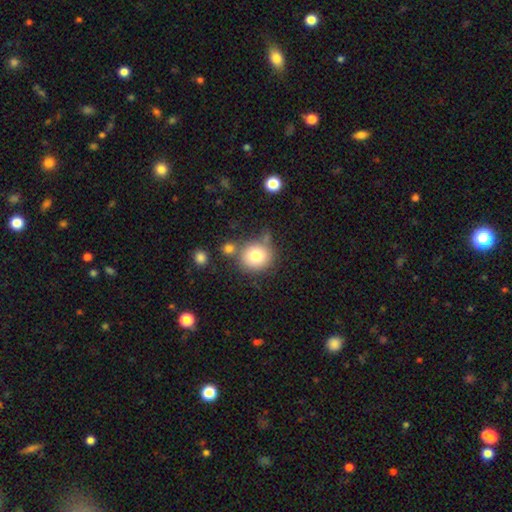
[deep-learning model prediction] The model was most divided on "merging": none: 65%, merger: 16%, minor disturbance: 13%, major disturbance: 5%. More confident: how rounded — round (87%); smooth or featured — smooth (77%).